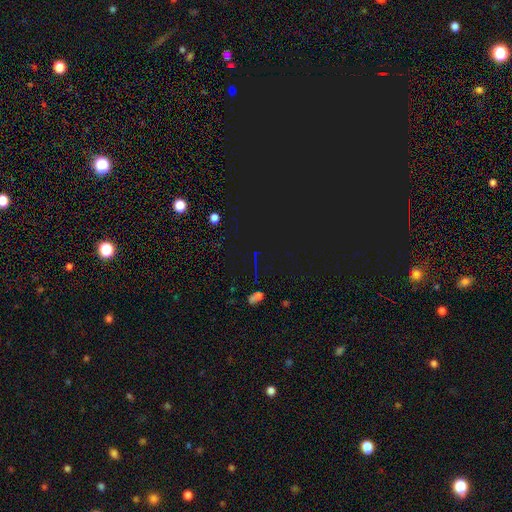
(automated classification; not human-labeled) A star or artifact, not a galaxy (74%).